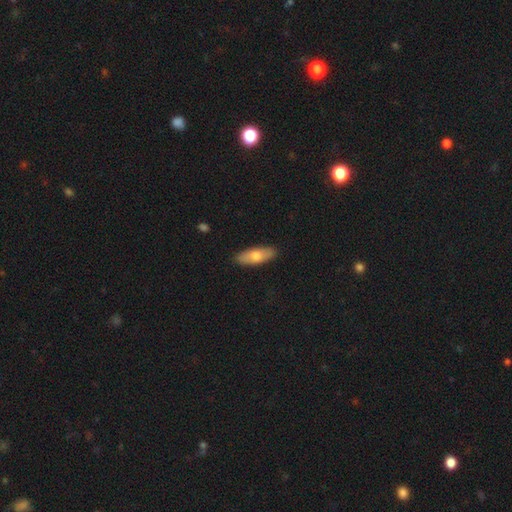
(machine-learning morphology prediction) Smooth or featured: smooth — 68% (featured or disk — 26%)
How rounded: in between — 66% (cigar-shaped — 32%)
Merging: none — 89% (minor disturbance — 8%)